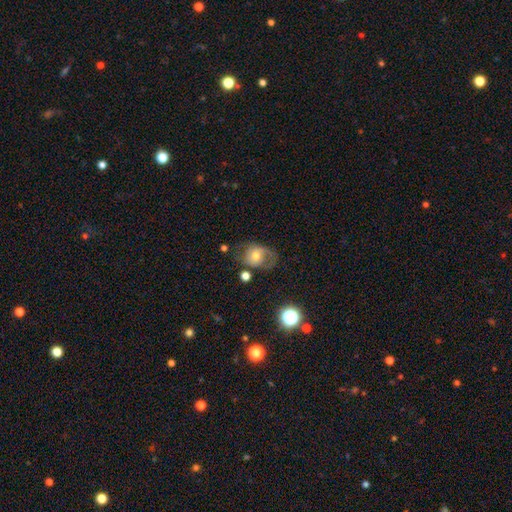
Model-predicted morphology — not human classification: Overall: smooth (46%; featured or disk 43%). Merging: none (46%; minor disturbance 26%).